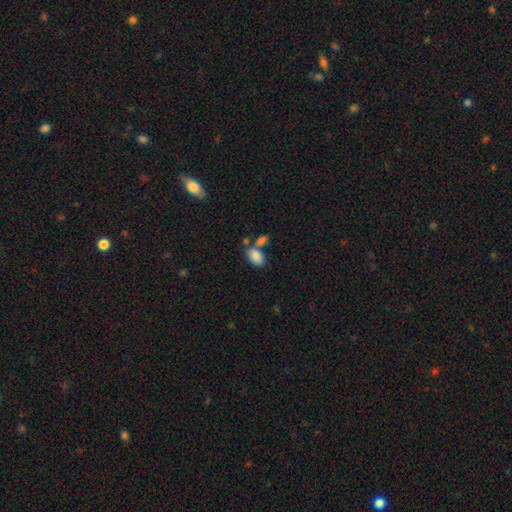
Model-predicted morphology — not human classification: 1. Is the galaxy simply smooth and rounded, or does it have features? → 86% smooth, 8% star or artifact, 6% featured or disk.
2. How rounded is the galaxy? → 93% in between, 5% round, 2% cigar-shaped.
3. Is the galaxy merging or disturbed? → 49% none, 34% merger, 12% minor disturbance, 5% major disturbance.